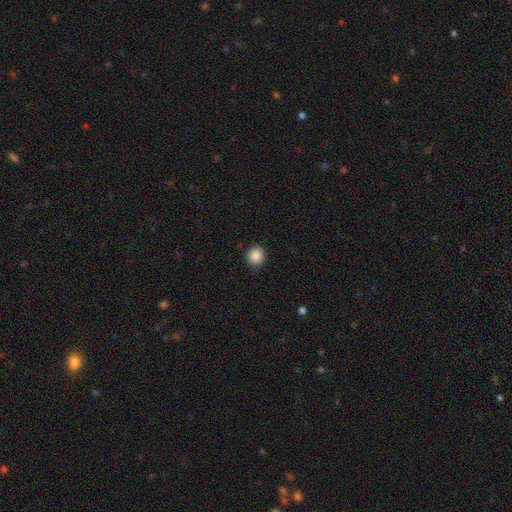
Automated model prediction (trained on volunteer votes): This appears to be a smooth galaxy with no disk features (87%) that is round (81%). Merging: none (89%).